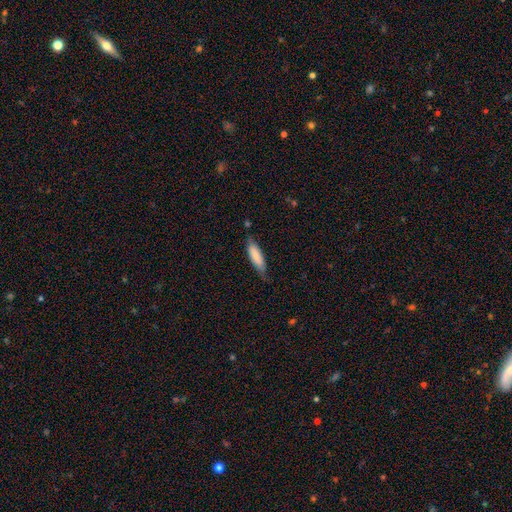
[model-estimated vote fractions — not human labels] Overall: smooth (80%). How rounded: cigar-shaped (57%; in between 42%). Merging: none (67%).